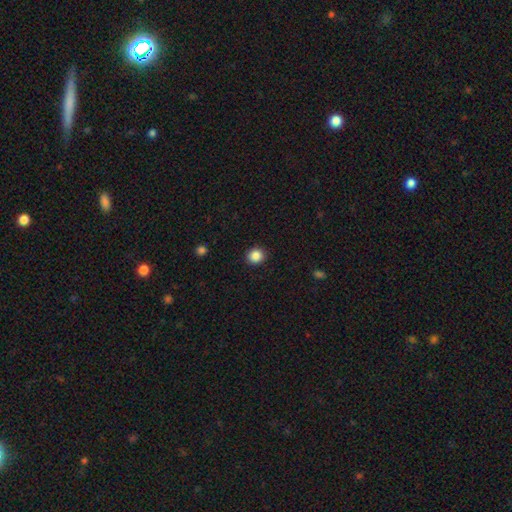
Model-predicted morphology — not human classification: This appears to be a smooth galaxy with no disk features (87%) that is round (87%). Merging: none (92%).